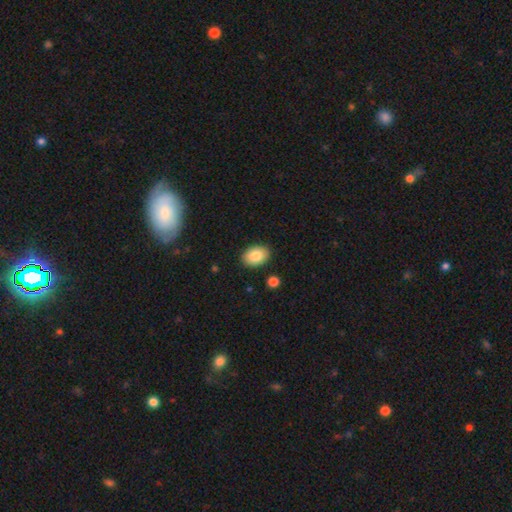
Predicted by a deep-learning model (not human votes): A smooth galaxy with no disk features (86%) that is in between round and cigar-shaped (82%). Merging: none (88%).